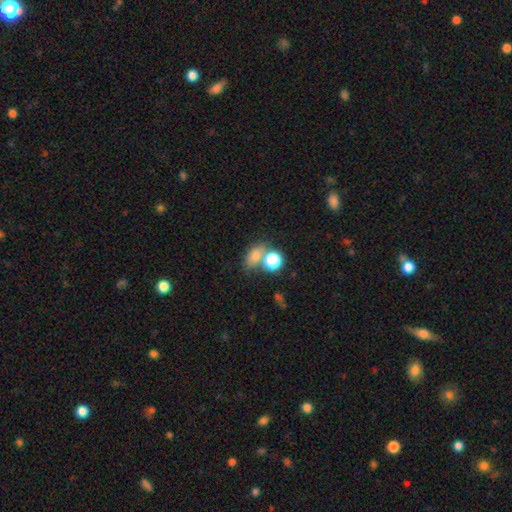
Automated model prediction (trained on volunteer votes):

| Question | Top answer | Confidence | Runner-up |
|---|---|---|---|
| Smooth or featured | smooth | 73% | star or artifact (17%) |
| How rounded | in between | 65% | round (32%) |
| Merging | none | 50% | merger (32%) |